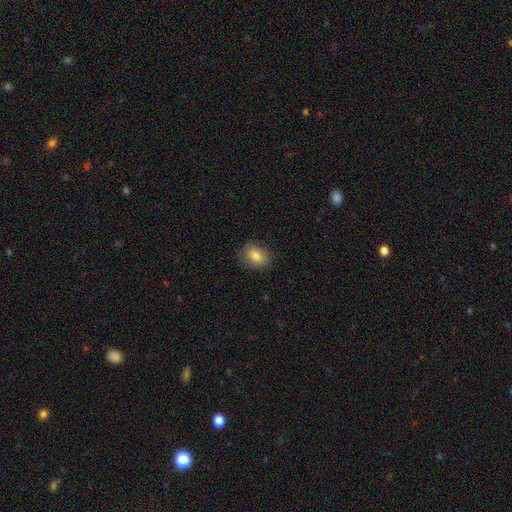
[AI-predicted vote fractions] Q: Smooth or featured?
A: smooth (79%); runner-up: featured or disk (13%)
Q: How rounded?
A: in between (66%); runner-up: round (33%)
Q: Merging?
A: none (79%); runner-up: minor disturbance (16%)